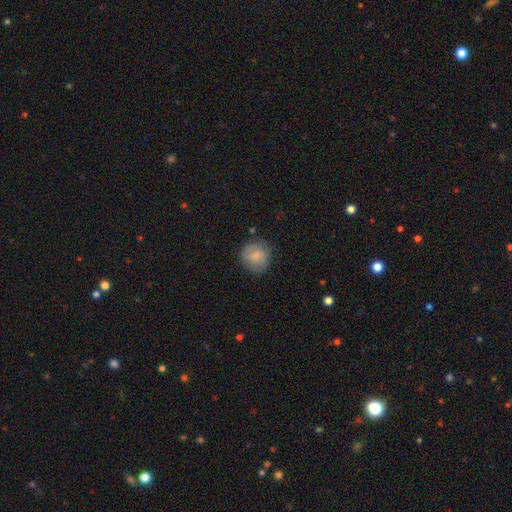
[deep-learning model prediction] A smooth galaxy with no disk features (73%) that is round (88%). Merging: none (77%).